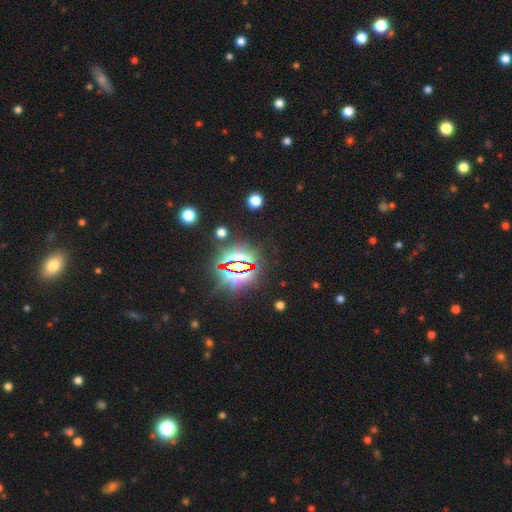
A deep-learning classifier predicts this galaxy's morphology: smooth-or-featured: star or artifact: 83% | smooth: 10% | featured or disk: 7%